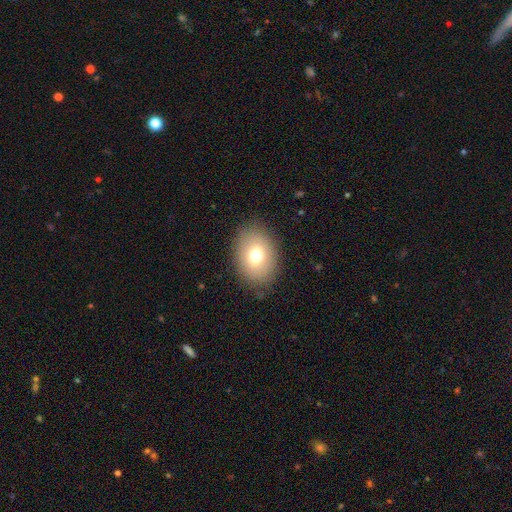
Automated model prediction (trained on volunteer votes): This is likely a smooth galaxy (71%). How rounded: likely in between (70%). Merging: clearly none (84%).